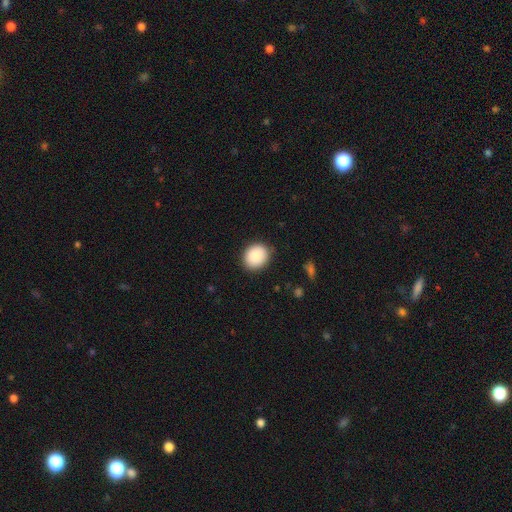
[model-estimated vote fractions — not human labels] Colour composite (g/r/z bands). It shows a smooth galaxy with no disk features (88%) that is round (68%). Merging: none (87%).